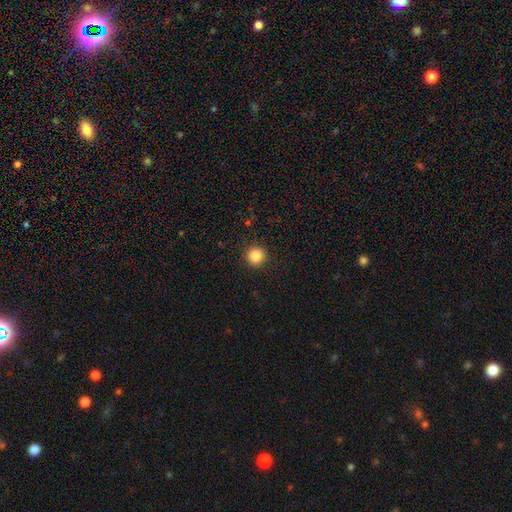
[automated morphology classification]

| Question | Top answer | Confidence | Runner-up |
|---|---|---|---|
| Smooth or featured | smooth | 86% | star or artifact (10%) |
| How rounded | round | 94% | in between (5%) |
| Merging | none | 91% | minor disturbance (6%) |